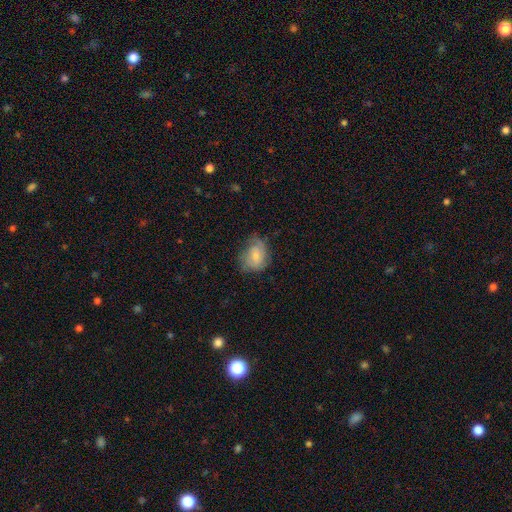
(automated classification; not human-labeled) smooth 54%, featured or disk 38%, star or artifact 8%. Down the decision tree: how rounded — in between (60%); merging — none (55%).